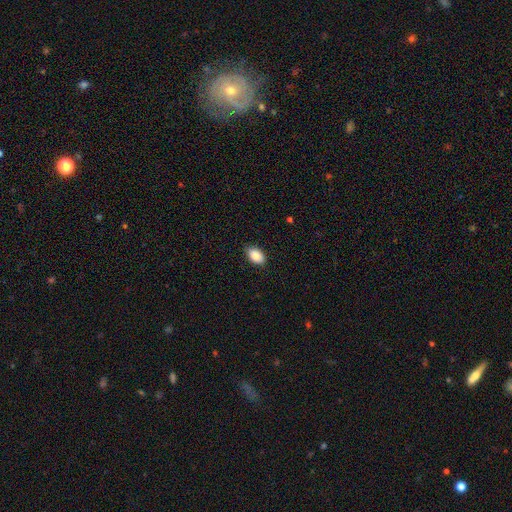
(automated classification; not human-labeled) This is clearly a smooth galaxy (89%). How rounded: clearly in between (92%). Merging: clearly none (86%).